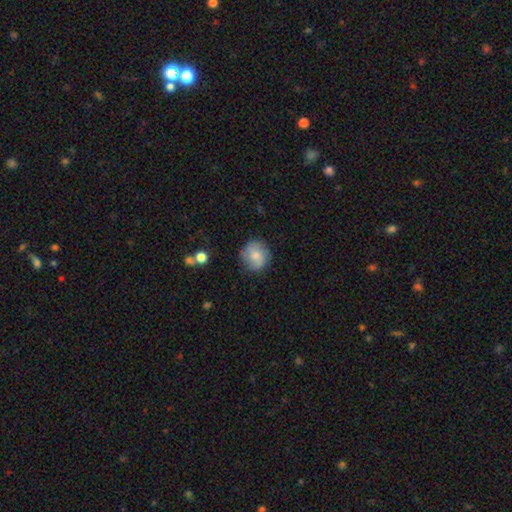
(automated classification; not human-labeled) Morphology: type=smooth (75%); roundness=round (85%); merging=none (76%).